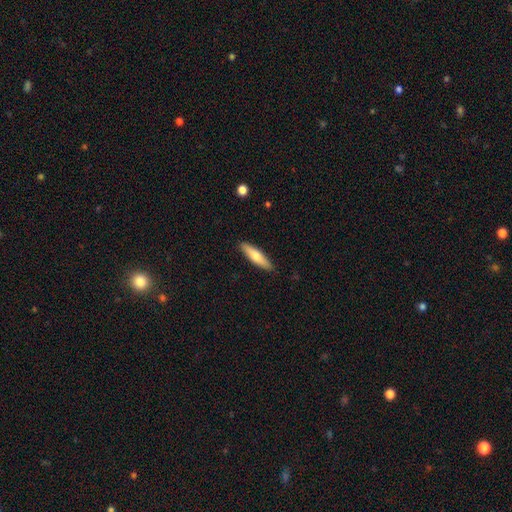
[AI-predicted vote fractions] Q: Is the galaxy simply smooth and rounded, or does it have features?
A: smooth — 65%.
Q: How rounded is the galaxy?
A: cigar-shaped — 72%.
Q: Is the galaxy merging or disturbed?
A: none — 89%.